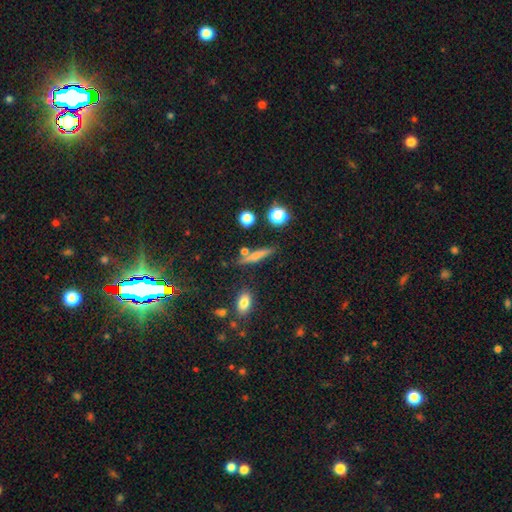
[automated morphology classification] Smooth or featured? smooth (64%)
How rounded? cigar-shaped (82%)
Merging? none (76%)